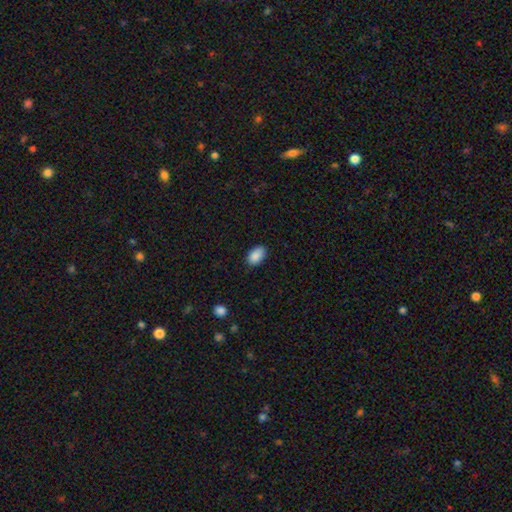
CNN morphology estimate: Smooth or featured? smooth (88%)
How rounded? in between (90%)
Merging? none (84%)